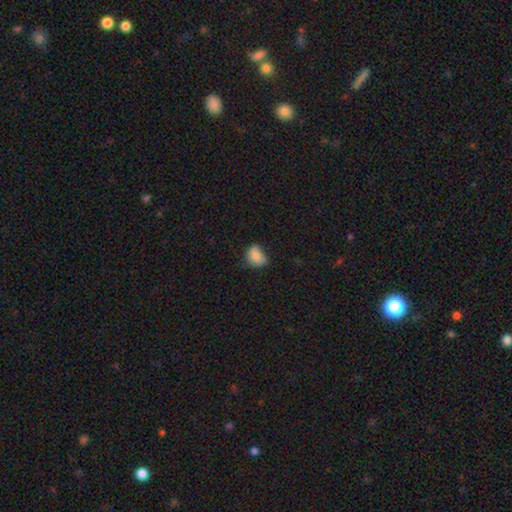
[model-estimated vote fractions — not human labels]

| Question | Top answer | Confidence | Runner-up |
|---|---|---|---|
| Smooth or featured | smooth | 79% | featured or disk (11%) |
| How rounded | in between | 58% | round (41%) |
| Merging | none | 45% | minor disturbance (42%) |